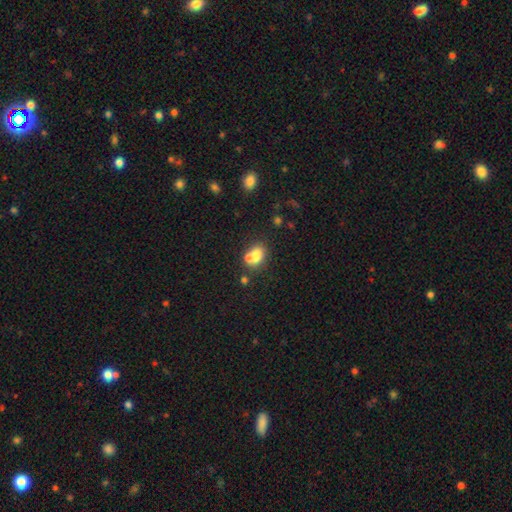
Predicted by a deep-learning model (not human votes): smooth_or_featured: smooth (p=0.75) [alt: featured or disk p=0.14]
how_rounded: in between (p=0.57) [alt: round p=0.42]
merging: none (p=0.44) [alt: merger p=0.41]